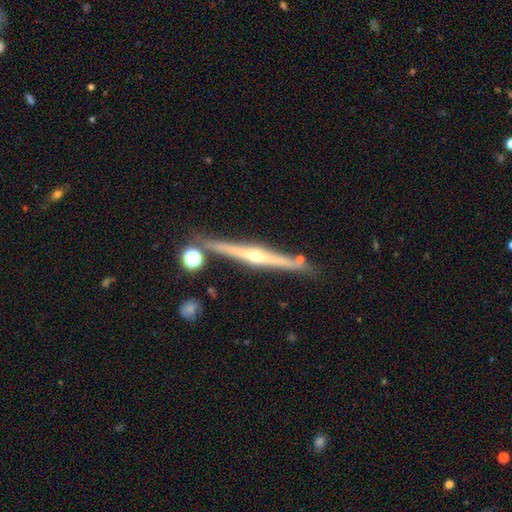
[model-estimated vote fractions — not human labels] A featured or disk galaxy (81%) viewed edge-on (98%) with a rounded central bulge (86%).

Vote fractions:
- Smooth or featured? featured or disk: 81% / smooth: 13% / star or artifact: 6%
- Edge-on disk? yes: 98% / no: 2%
- Edge-on bulge? rounded: 86% / none: 11% / boxy: 3%
- Merging? none: 84% / minor disturbance: 9% / merger: 5% / major disturbance: 2%